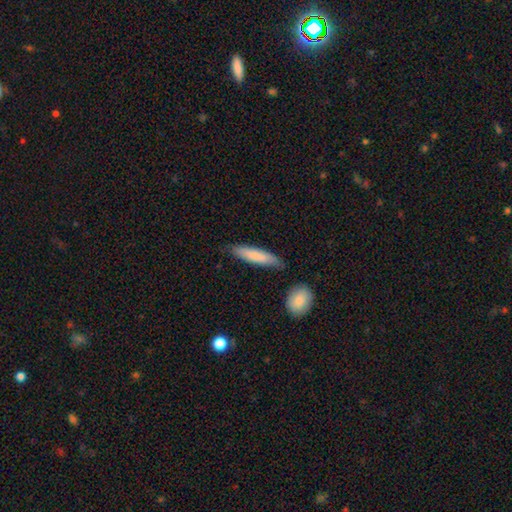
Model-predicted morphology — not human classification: A smooth galaxy with no disk features (79%) that is cigar-shaped (82%).

Vote fractions:
- Smooth or featured? smooth: 79% / featured or disk: 15% / star or artifact: 5%
- How rounded? cigar-shaped: 82% / in between: 17% / round: 1%
- Merging? none: 79% / minor disturbance: 14% / merger: 4% / major disturbance: 3%